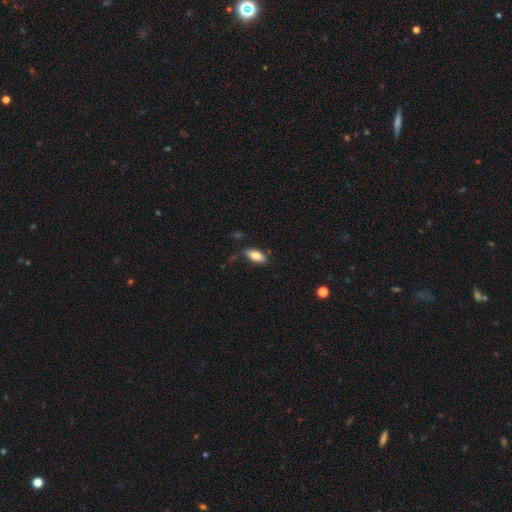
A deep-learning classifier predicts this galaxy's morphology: Overall: smooth (80%). How rounded: in between (86%). Merging: none (77%).